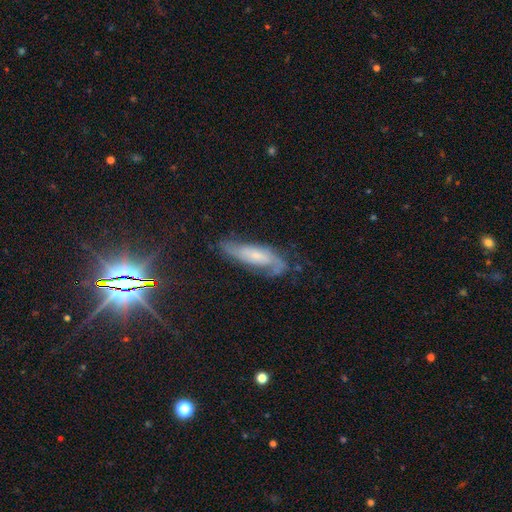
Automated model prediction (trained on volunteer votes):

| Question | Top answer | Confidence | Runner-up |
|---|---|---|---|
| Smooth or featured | featured or disk | 66% | smooth (21%) |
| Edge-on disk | no | 80% | yes (20%) |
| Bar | no | 58% | weak (31%) |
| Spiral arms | yes | 91% | no (9%) |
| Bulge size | small | 55% | moderate (29%) |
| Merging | none | 61% | minor disturbance (24%) |